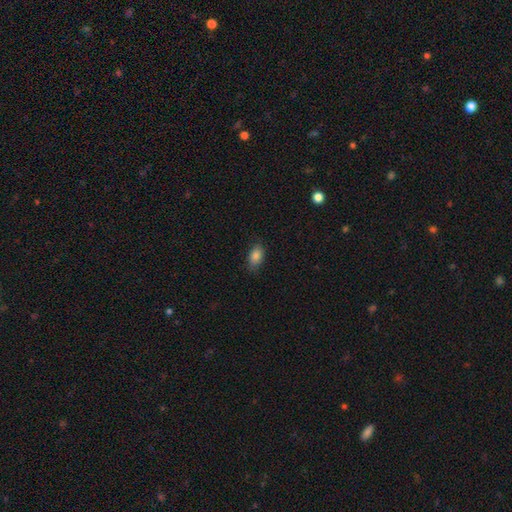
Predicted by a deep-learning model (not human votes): Morphology: type=smooth (85%); roundness=in between (89%); merging=none (81%).